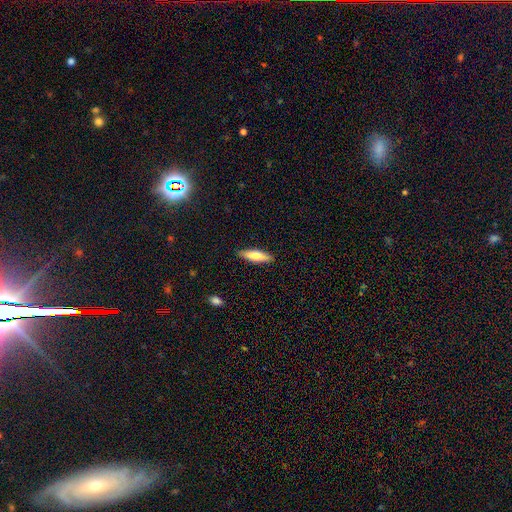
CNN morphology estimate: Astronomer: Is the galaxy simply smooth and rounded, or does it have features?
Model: smooth — 71%.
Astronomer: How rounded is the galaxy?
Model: cigar-shaped — 66%.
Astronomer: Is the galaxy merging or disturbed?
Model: none — 89%.